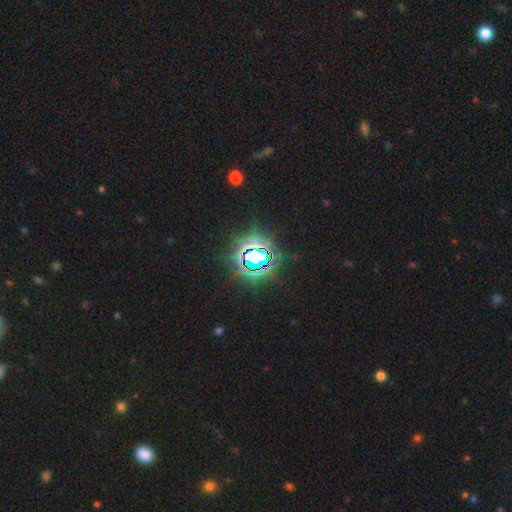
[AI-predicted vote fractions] Morphology: type=star or artifact (79%).